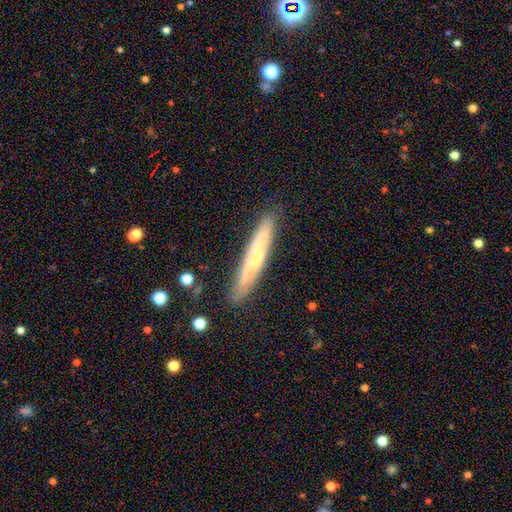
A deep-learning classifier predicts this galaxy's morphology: The model was most divided on "smooth or featured": smooth: 56%, featured or disk: 38%, star or artifact: 6%. More confident: how rounded — cigar-shaped (95%); merging — none (87%).